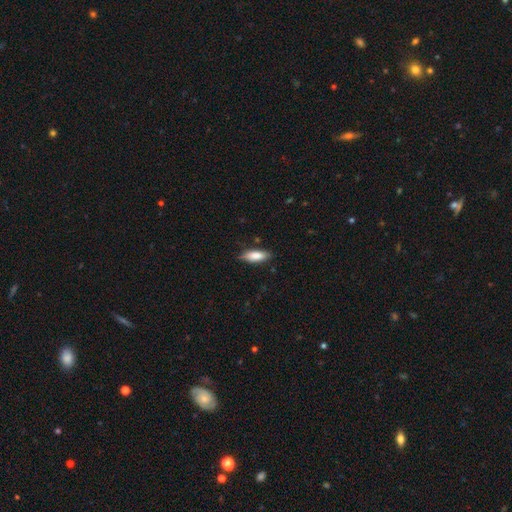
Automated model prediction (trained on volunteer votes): The model was most divided on "how rounded": in between: 66%, cigar-shaped: 32%, round: 2%. More confident: smooth or featured — smooth (83%); merging — none (81%).